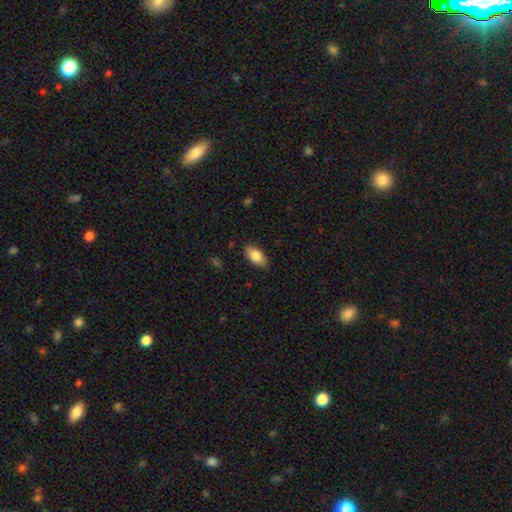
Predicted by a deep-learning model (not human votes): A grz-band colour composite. It shows a smooth galaxy with no disk features (83%) that is in between round and cigar-shaped (93%). Merging: none (86%).